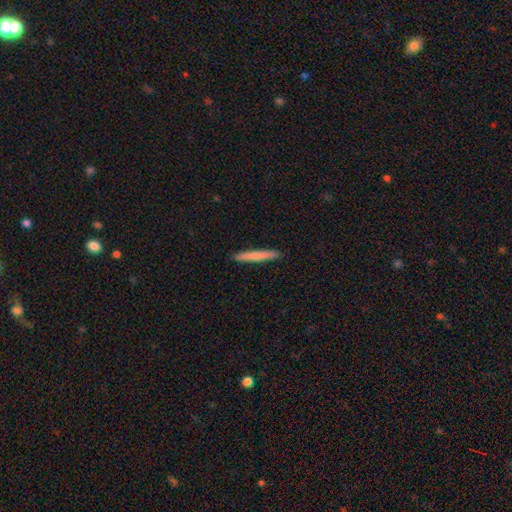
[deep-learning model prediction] Smooth or featured: smooth — 74% (featured or disk — 21%)
How rounded: cigar-shaped — 96% (in between — 2%)
Merging: none — 93% (minor disturbance — 5%)